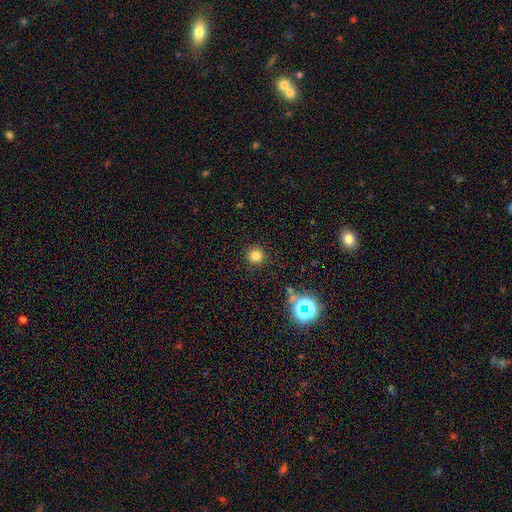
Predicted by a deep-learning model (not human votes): smooth-or-featured: smooth: 78% | star or artifact: 17% | featured or disk: 6%
  how-rounded: round: 95% | in between: 4% | cigar-shaped: 1%
  merging: none: 91% | minor disturbance: 6% | major disturbance: 2% | merger: 1%